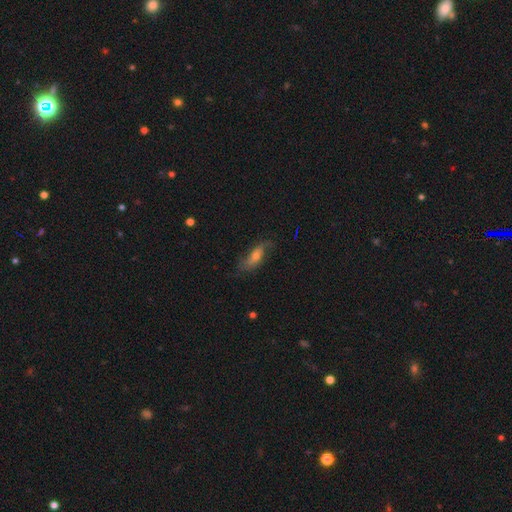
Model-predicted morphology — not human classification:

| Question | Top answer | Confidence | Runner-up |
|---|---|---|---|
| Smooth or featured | featured or disk | 62% | smooth (28%) |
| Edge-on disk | no | 77% | yes (23%) |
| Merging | none | 66% | minor disturbance (22%) |